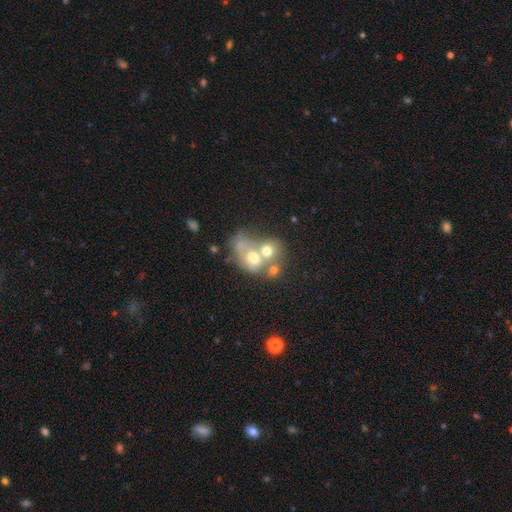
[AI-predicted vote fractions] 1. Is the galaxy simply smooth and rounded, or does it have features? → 44% smooth, 42% featured or disk, 14% star or artifact.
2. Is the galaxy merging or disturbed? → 65% merger, 17% none, 10% major disturbance, 8% minor disturbance.